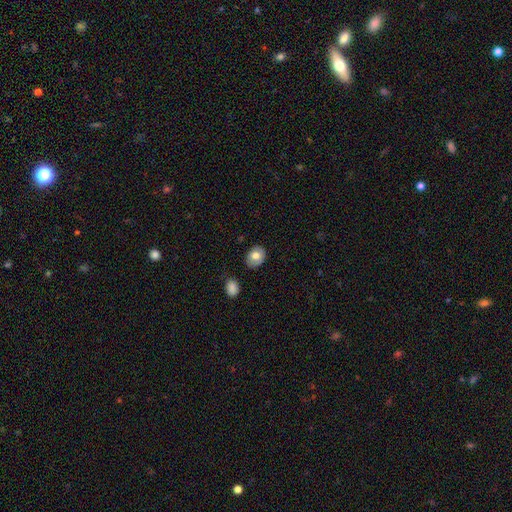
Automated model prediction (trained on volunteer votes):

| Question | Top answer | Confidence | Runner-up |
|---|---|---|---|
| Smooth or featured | smooth | 70% | featured or disk (23%) |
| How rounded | in between | 51% | round (48%) |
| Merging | none | 82% | minor disturbance (13%) |